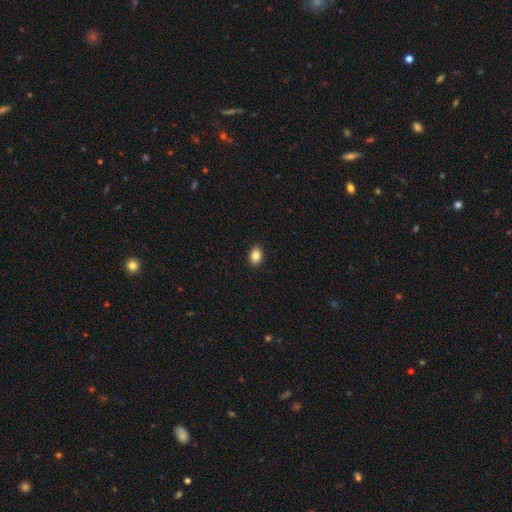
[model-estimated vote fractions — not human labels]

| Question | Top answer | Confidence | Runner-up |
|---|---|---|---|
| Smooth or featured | smooth | 86% | star or artifact (9%) |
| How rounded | in between | 76% | round (23%) |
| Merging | none | 90% | minor disturbance (7%) |